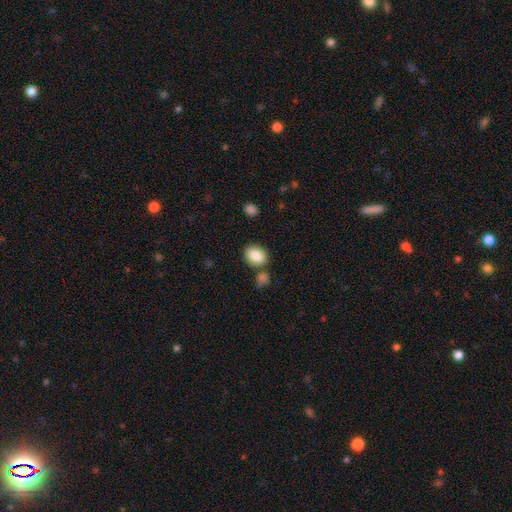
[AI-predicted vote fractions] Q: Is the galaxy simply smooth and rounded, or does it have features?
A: smooth — 86%.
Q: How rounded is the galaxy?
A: in between — 63%.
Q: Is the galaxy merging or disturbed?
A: none — 69%.